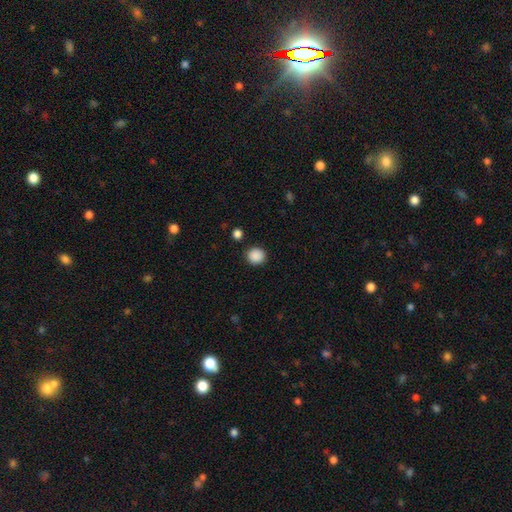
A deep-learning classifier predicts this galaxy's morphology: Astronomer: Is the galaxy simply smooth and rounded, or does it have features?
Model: smooth — 89%.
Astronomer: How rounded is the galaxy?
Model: round — 88%.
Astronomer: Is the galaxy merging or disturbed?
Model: none — 89%.